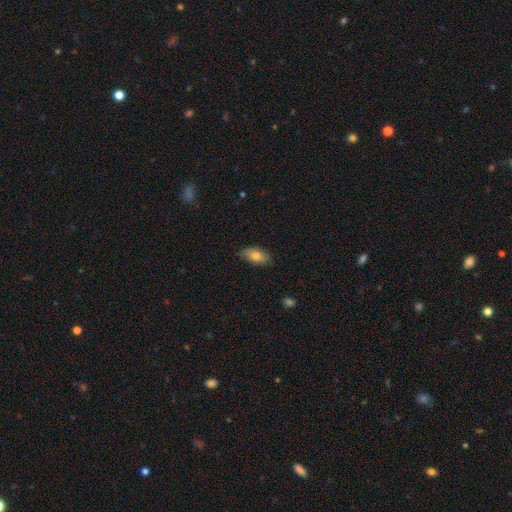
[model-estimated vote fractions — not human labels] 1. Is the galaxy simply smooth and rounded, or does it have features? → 79% smooth, 14% featured or disk, 7% star or artifact.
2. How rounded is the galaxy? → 91% in between, 5% cigar-shaped, 4% round.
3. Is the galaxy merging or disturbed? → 77% none, 19% minor disturbance, 3% major disturbance, 1% merger.